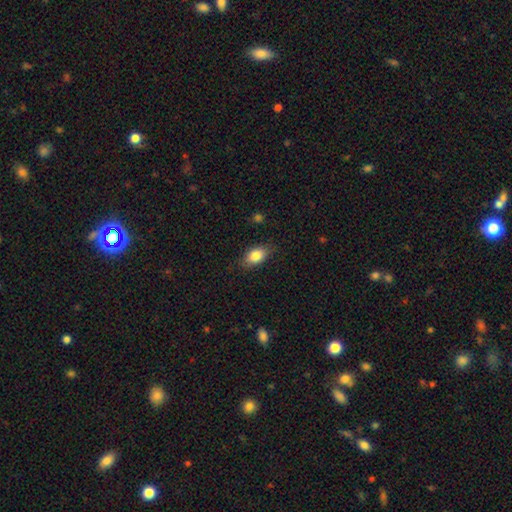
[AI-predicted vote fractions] Morphology: type=smooth (83%); roundness=in between (85%); merging=none (81%).